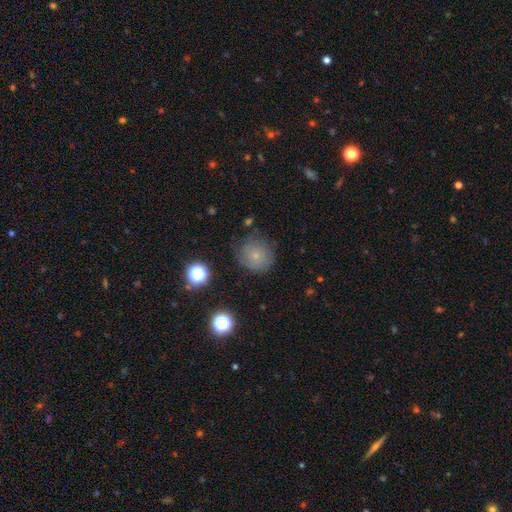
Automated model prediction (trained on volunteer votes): Smooth or featured? Predicted: smooth (p=0.65). How rounded? Predicted: round (p=0.87). Merging? Predicted: none (p=0.68).